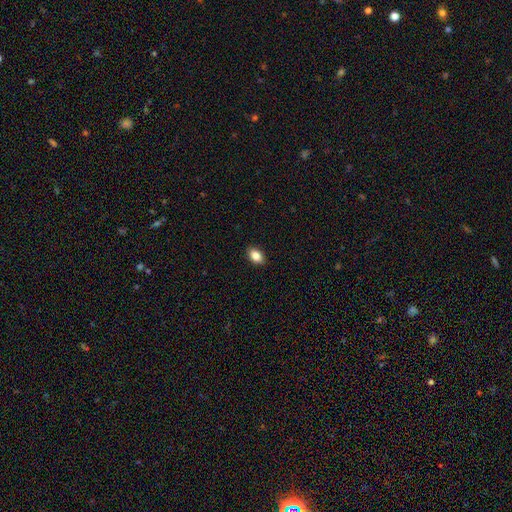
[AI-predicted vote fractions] Overall: smooth (86%). How rounded: in between (85%). Merging: none (90%).